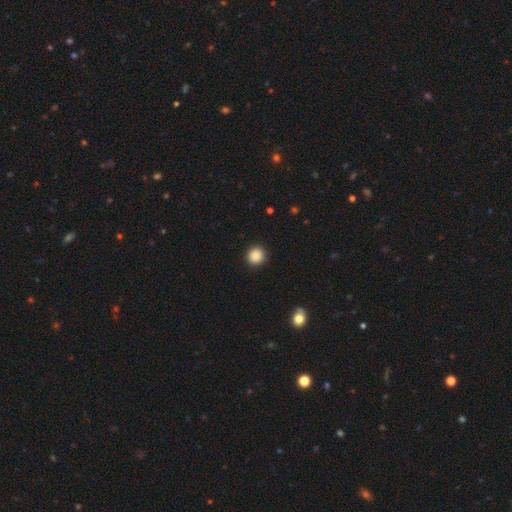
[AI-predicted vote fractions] Morphology: type=smooth (87%); roundness=round (94%); merging=none (92%).